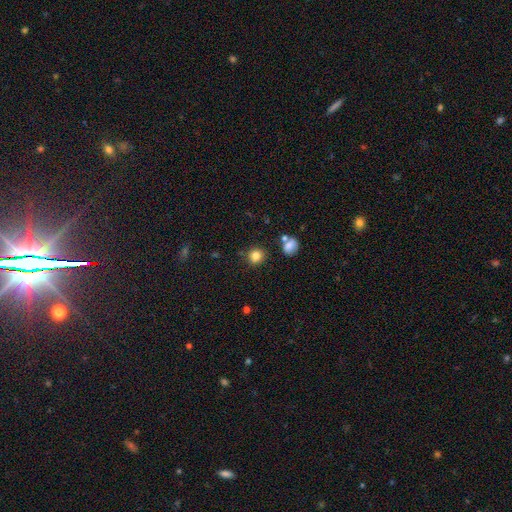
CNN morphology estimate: type=smooth (82%); roundness=round (84%); merging=none (82%).